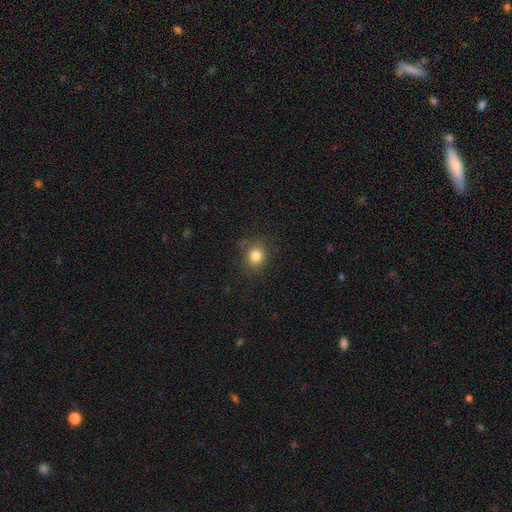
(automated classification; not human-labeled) smooth-or-featured: smooth: 83% | star or artifact: 11% | featured or disk: 6%
  how-rounded: round: 68% | in between: 31% | cigar-shaped: 1%
  merging: none: 81% | minor disturbance: 13% | major disturbance: 4% | merger: 2%